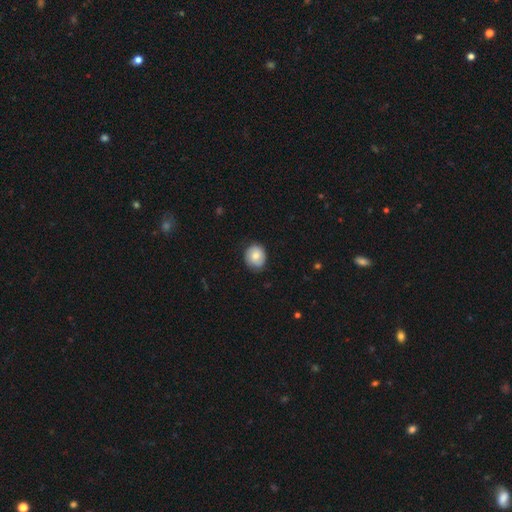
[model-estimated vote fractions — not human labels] Smooth or featured: smooth — 70% (featured or disk — 22%)
How rounded: round — 71% (in between — 28%)
Merging: none — 80% (minor disturbance — 16%)